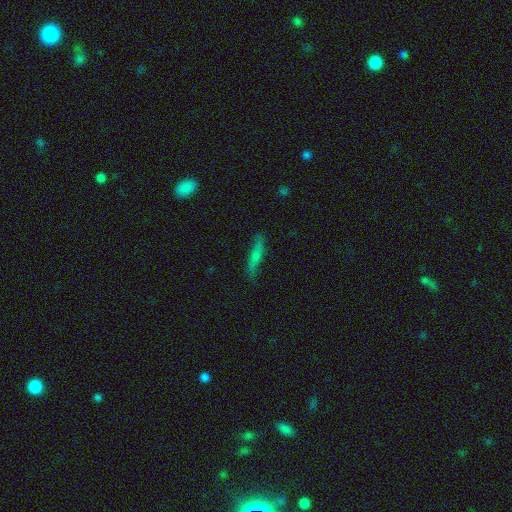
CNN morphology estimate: A smooth galaxy with no disk features (58%) that is cigar-shaped (84%). Merging: none (78%).